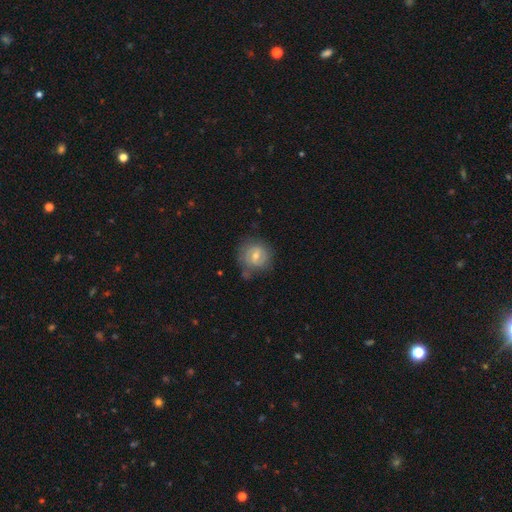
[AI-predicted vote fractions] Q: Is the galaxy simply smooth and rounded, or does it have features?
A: smooth — 49%.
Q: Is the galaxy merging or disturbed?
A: none — 63%.